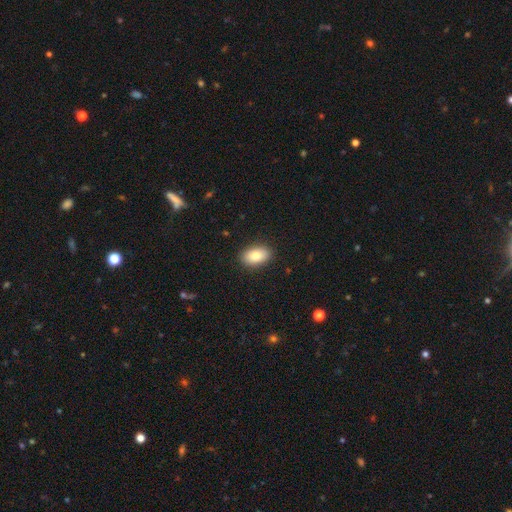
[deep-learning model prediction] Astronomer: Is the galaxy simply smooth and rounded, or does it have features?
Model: smooth — 82%.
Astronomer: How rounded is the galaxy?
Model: in between — 91%.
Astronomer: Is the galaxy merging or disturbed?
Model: none — 89%.